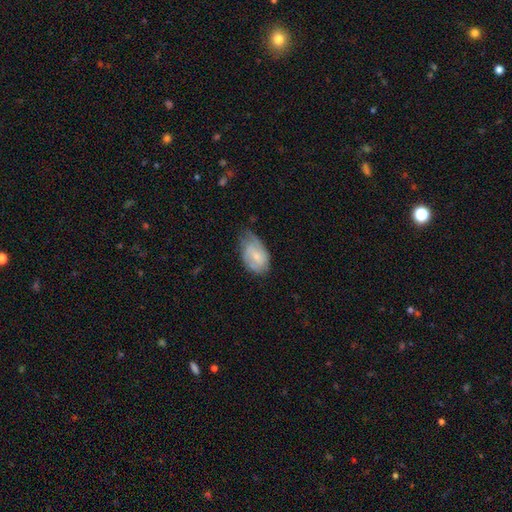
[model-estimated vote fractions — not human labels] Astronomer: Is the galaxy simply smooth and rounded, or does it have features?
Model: smooth — 55% (runner-up: featured or disk, 39%).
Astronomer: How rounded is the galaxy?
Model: in between — 90%.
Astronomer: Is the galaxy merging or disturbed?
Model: minor disturbance — 44% (runner-up: none, 39%).